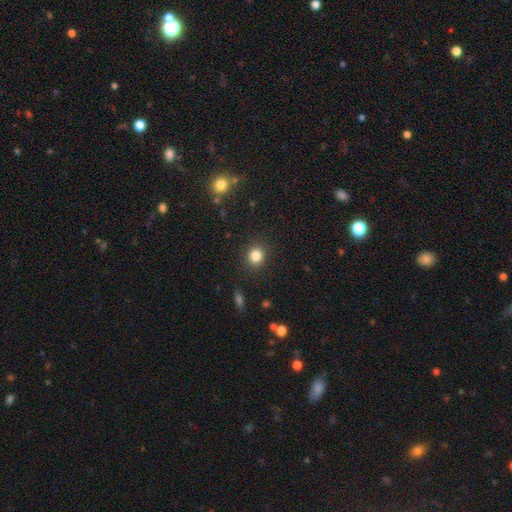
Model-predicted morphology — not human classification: Smooth or featured: smooth — 84% (star or artifact — 12%)
How rounded: round — 81% (in between — 18%)
Merging: none — 89% (minor disturbance — 7%)